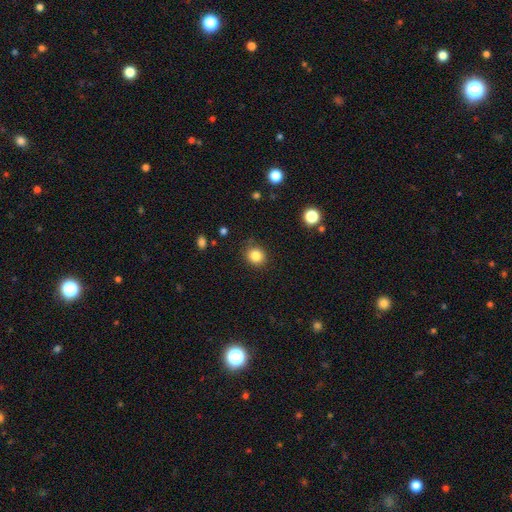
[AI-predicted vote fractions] smooth-or-featured: smooth: 84% | star or artifact: 11% | featured or disk: 5%
  how-rounded: round: 83% | in between: 16% | cigar-shaped: 1%
  merging: none: 84% | minor disturbance: 11% | major disturbance: 3% | merger: 2%